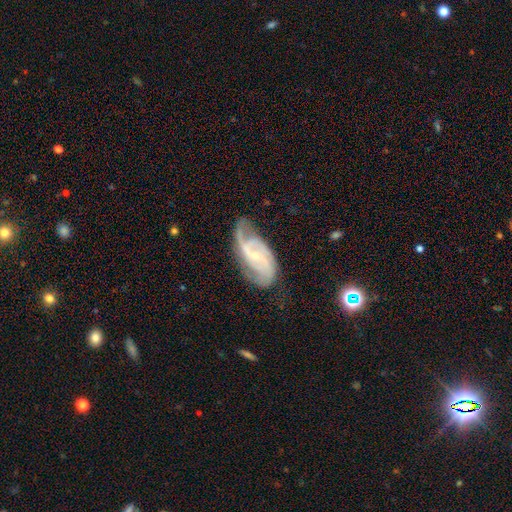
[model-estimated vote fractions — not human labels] Smooth or featured: featured or disk — 86% (smooth — 9%)
Edge-on disk: no — 96% (yes — 4%)
Bar: weak — 48% (no — 30%)
Spiral arms: yes — 96% (no — 4%)
Spiral winding: medium — 47% (tight — 30%)
Spiral arm count: 2 — 63% (3 — 14%)
Bulge size: small — 72% (moderate — 19%)
Merging: none — 58% (minor disturbance — 26%)